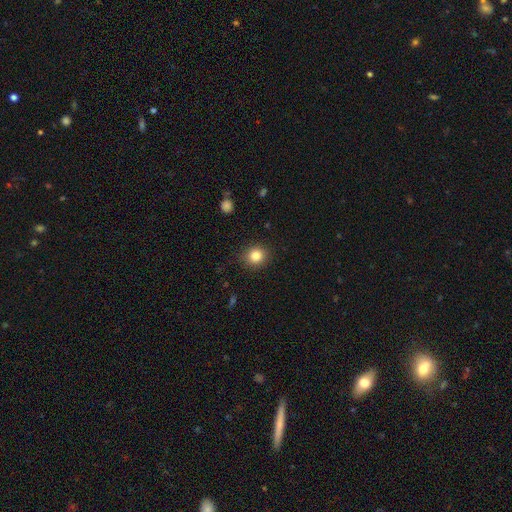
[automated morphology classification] Smooth or featured: smooth — 84% (star or artifact — 11%)
How rounded: round — 82% (in between — 17%)
Merging: none — 89% (minor disturbance — 8%)